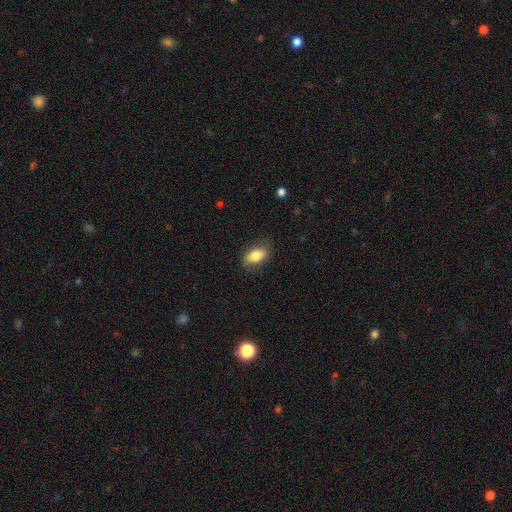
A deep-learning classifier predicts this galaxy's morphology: Smooth or featured: smooth — 80% (featured or disk — 12%)
How rounded: in between — 88% (round — 6%)
Merging: none — 81% (minor disturbance — 14%)